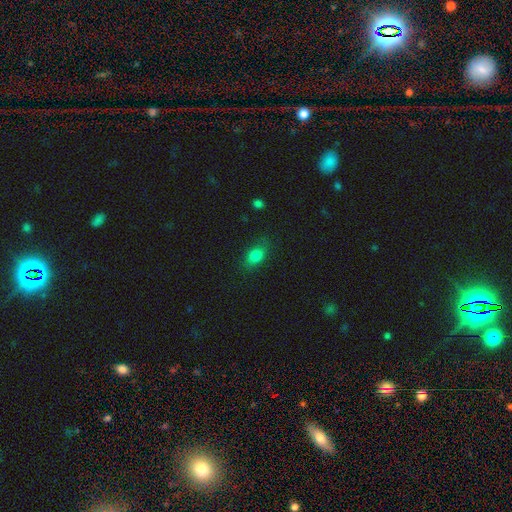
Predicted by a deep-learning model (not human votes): Overall: smooth (81%). How rounded: in between (73%). Merging: none (79%).